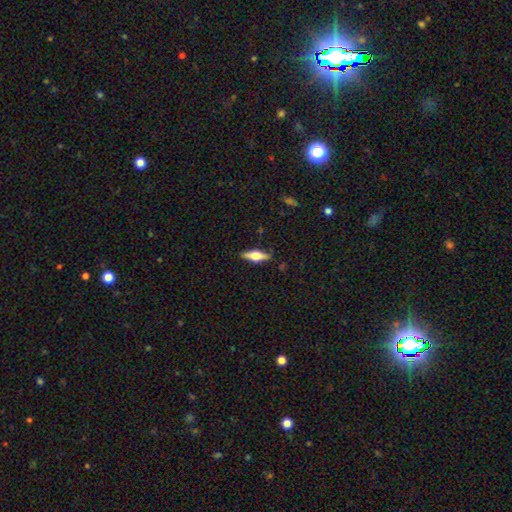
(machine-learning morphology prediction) Smooth or featured?
  - featured or disk: 59% *
  - smooth: 34%
  - star or artifact: 6%
Edge-on disk?
  - yes: 95% *
  - no: 5%
Edge-on bulge?
  - rounded: 92% *
  - boxy: 6%
  - none: 2%
Merging?
  - none: 86% *
  - minor disturbance: 10%
  - major disturbance: 2%
  - merger: 1%